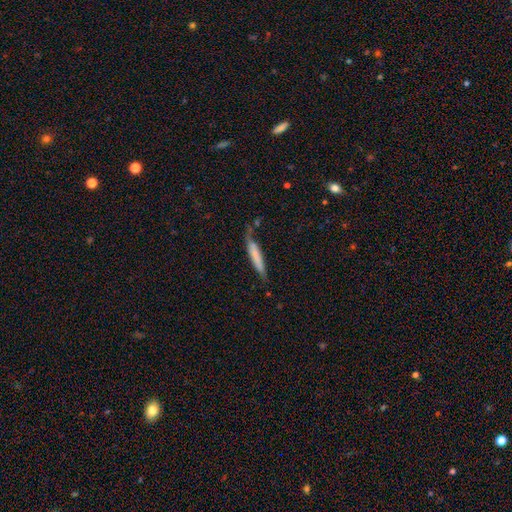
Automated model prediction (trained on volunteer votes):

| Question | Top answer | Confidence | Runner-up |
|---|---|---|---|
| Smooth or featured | smooth | 66% | featured or disk (28%) |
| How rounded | cigar-shaped | 91% | in between (8%) |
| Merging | none | 54% | minor disturbance (29%) |